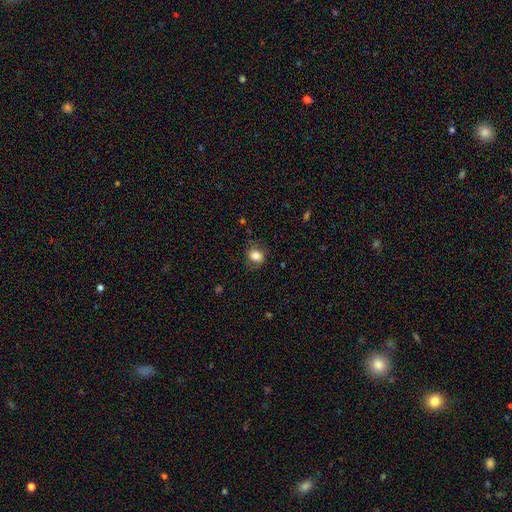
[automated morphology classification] Overall: smooth (81%). How rounded: round (52%; in between 47%). Merging: none (73%).